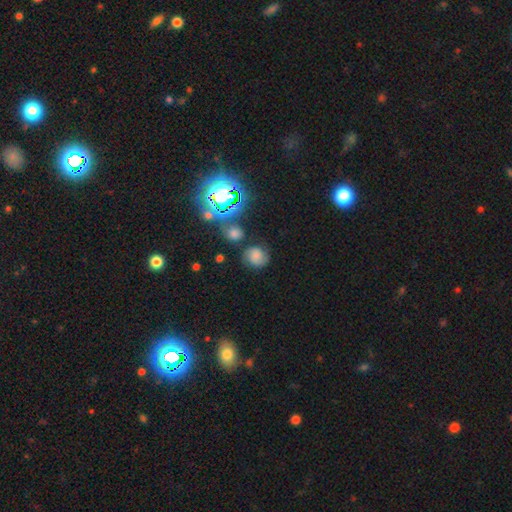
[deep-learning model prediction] smooth 52%, featured or disk 29%, star or artifact 18%. Down the decision tree: how rounded — round (75%); merging — none (68%).